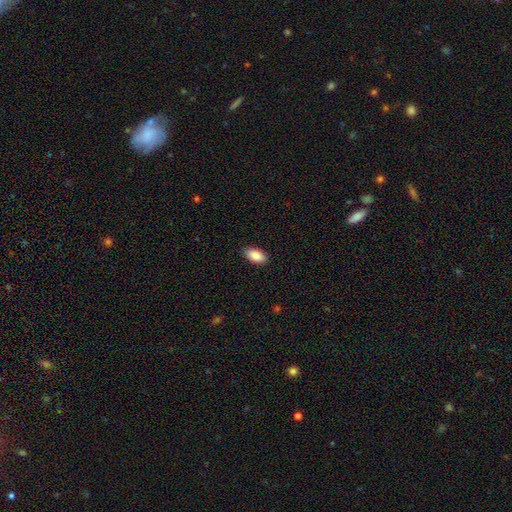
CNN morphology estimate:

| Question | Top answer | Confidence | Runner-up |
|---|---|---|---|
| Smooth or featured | smooth | 89% | star or artifact (7%) |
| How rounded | in between | 94% | cigar-shaped (4%) |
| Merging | none | 88% | minor disturbance (9%) |